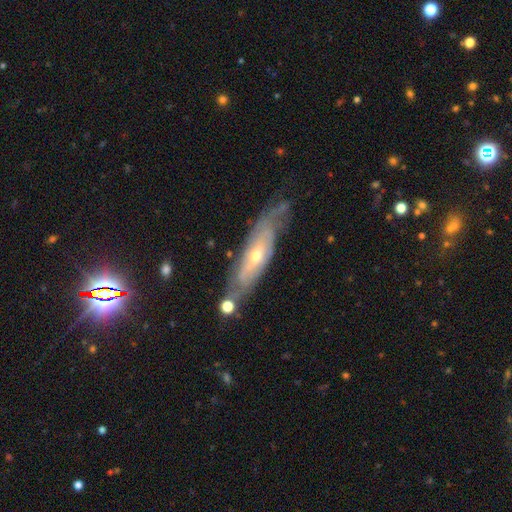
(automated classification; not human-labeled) Smooth or featured? Predicted: featured or disk (p=0.74). Edge-on disk? Predicted: no (p=0.69). Bar? Predicted: no (p=0.72). Spiral arms? Predicted: yes (p=0.71). Bulge size? Predicted: moderate (p=0.51). Merging? Predicted: none (p=0.57).